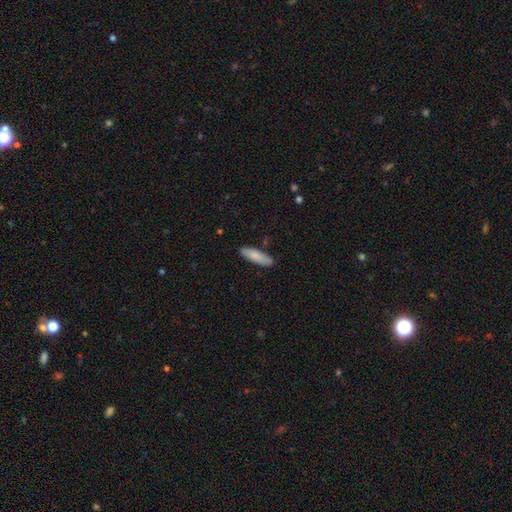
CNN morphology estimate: The model was most divided on "how rounded": cigar-shaped: 54%, in between: 45%, round: 1%. More confident: merging — none (86%); smooth or featured — smooth (83%).